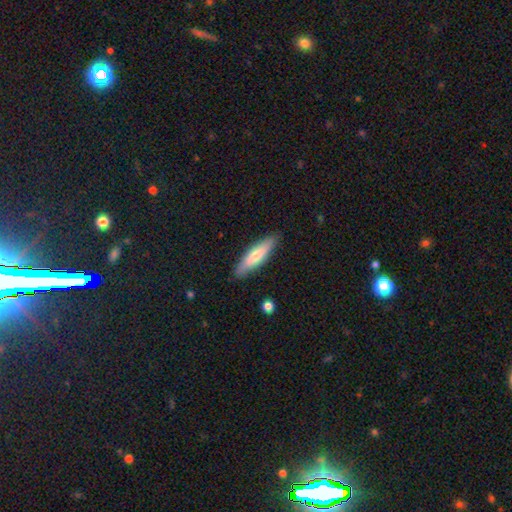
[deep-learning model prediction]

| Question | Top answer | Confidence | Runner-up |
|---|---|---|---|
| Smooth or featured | smooth | 60% | featured or disk (34%) |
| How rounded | cigar-shaped | 73% | in between (26%) |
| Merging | none | 87% | minor disturbance (10%) |